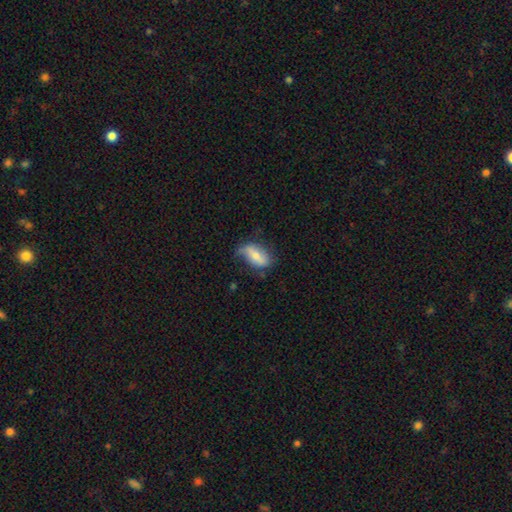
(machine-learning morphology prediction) Smooth or featured? Predicted: smooth (p=0.57). How rounded? Predicted: in between (p=0.86). Merging? Predicted: none (p=0.57).